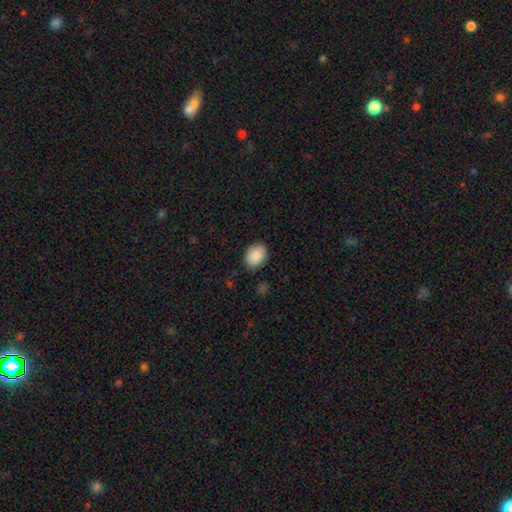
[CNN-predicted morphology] A smooth galaxy with no disk features (89%) that is in between round and cigar-shaped (74%). Merging: none (87%).